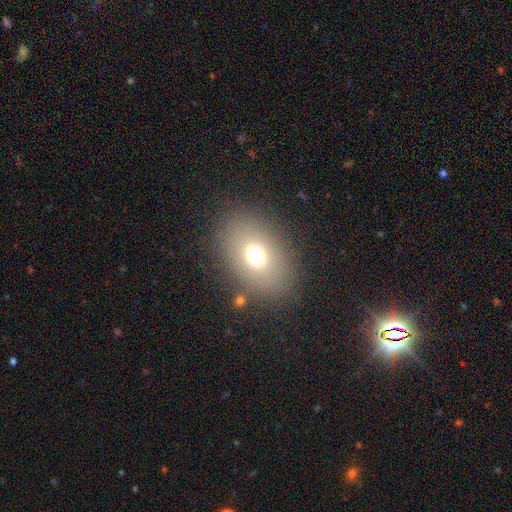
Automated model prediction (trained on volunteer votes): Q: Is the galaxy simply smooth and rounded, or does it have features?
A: smooth — 69%.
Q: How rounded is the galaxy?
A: in between — 68%.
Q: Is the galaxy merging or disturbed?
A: none — 82%.